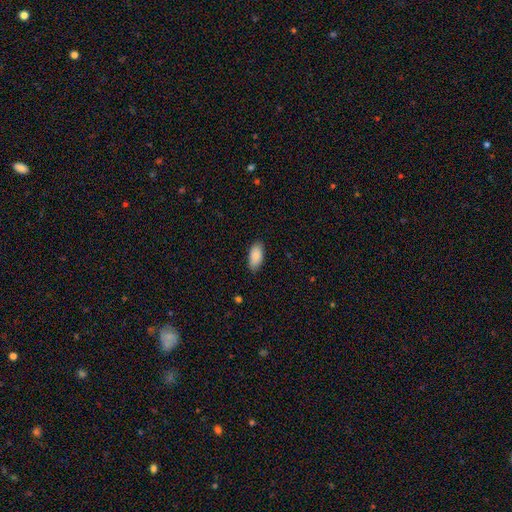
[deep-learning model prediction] Overall: smooth (89%). How rounded: in between (92%). Merging: none (85%).